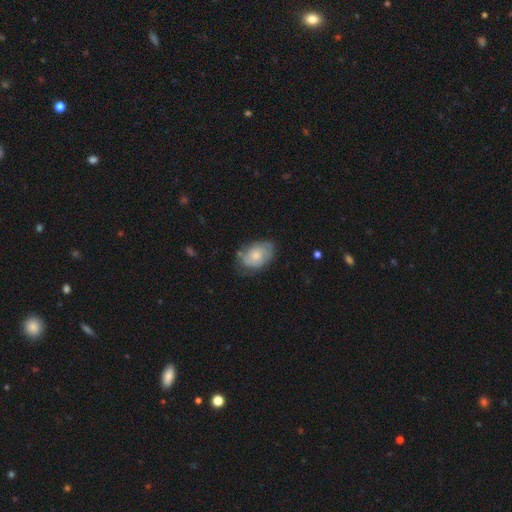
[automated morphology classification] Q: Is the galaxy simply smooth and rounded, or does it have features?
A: smooth — 62%.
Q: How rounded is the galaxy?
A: in between — 85%.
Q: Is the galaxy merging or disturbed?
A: none — 59%.